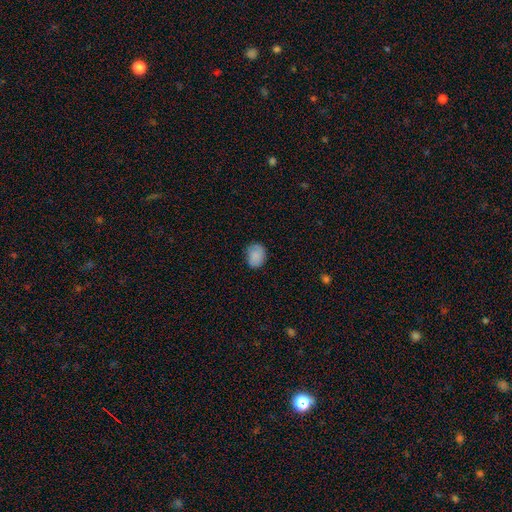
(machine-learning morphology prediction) Smooth or featured? Predicted: smooth (p=0.87). How rounded? Predicted: in between (p=0.61). Merging? Predicted: none (p=0.80).